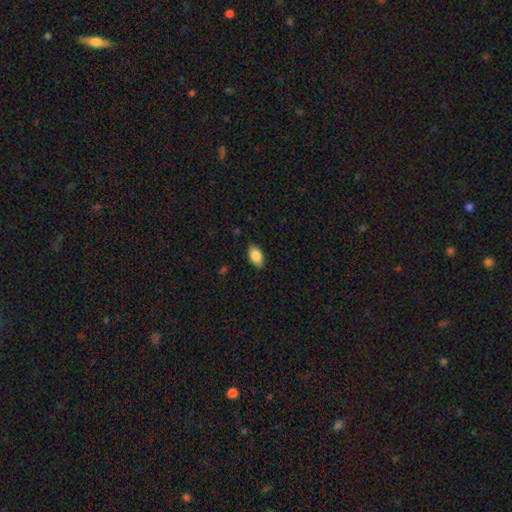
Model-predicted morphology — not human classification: The model was most divided on "merging": none: 85%, minor disturbance: 11%, major disturbance: 2%, merger: 1%. More confident: how rounded — in between (92%); smooth or featured — smooth (85%).